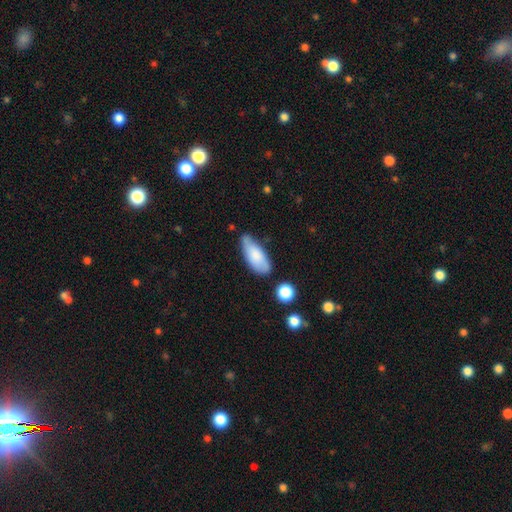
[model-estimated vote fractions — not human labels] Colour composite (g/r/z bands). It shows a smooth galaxy with no disk features (79%) that is in between round and cigar-shaped (81%). Merging: none (57%).